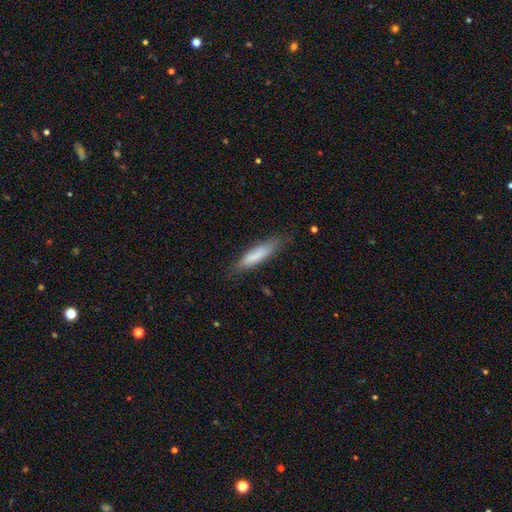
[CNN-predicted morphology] A smooth galaxy with no disk features (75%) that is cigar-shaped (74%). Merging: none (73%).